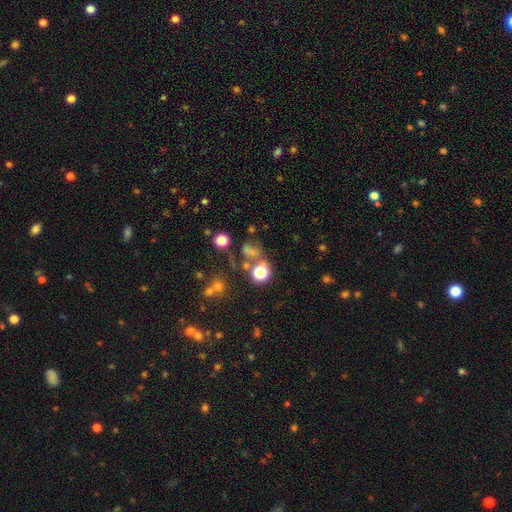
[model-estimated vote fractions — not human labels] Q: Smooth or featured?
A: star or artifact (45%); runner-up: smooth (40%)